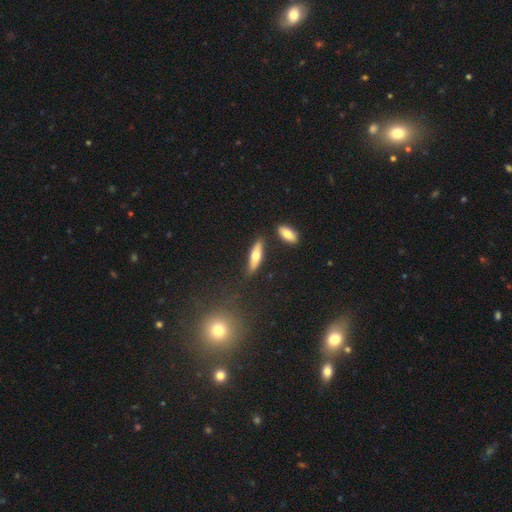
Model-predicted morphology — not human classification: A smooth galaxy with no disk features (59%) that is cigar-shaped (63%). Merging: none (81%).